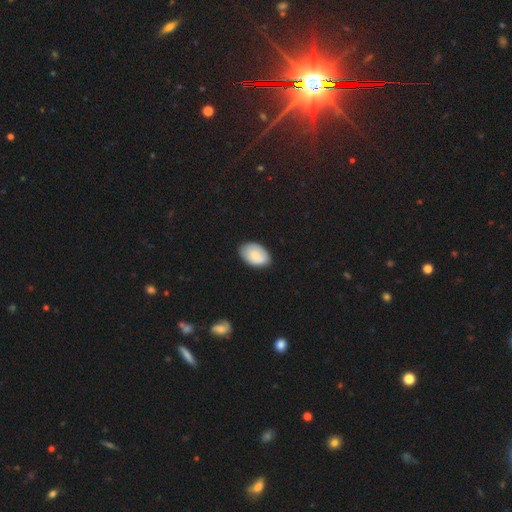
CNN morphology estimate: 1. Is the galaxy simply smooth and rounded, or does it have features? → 75% smooth, 19% featured or disk, 7% star or artifact.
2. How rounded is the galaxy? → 90% in between, 9% round, 1% cigar-shaped.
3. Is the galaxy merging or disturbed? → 78% none, 17% minor disturbance, 3% major disturbance, 2% merger.